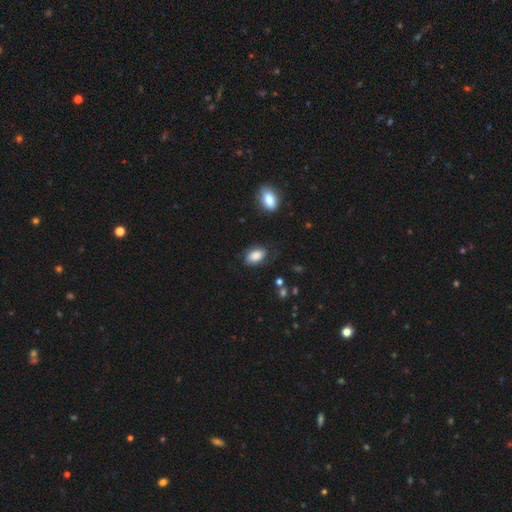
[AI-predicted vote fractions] This appears to be a smooth galaxy with no disk features (83%) that is in between round and cigar-shaped (92%). Merging: none (72%).